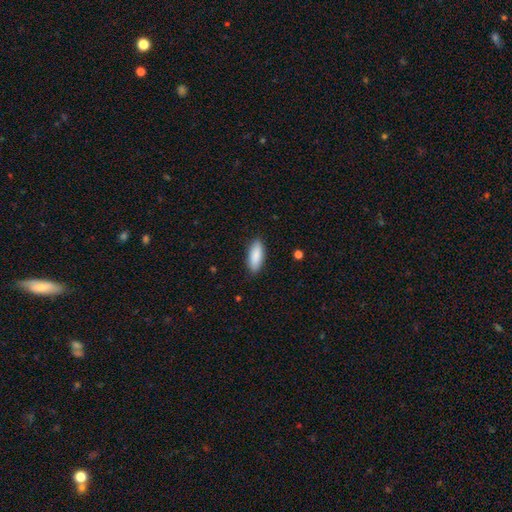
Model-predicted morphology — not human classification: smooth-or-featured: smooth: 88% | featured or disk: 6% | star or artifact: 6%
  how-rounded: in between: 75% | cigar-shaped: 23% | round: 2%
  merging: none: 89% | minor disturbance: 8% | major disturbance: 2% | merger: 1%